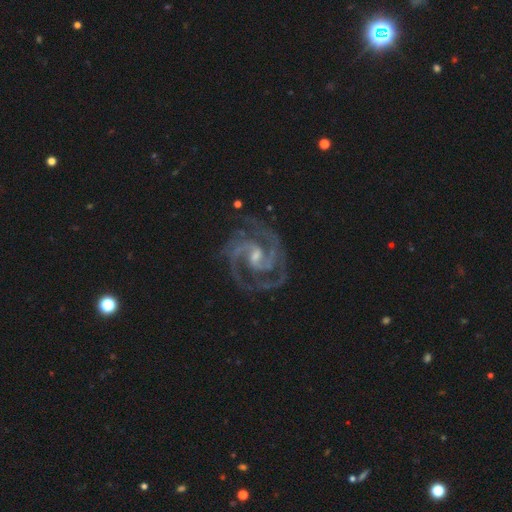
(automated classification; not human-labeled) Morphology: type=featured or disk (93%); edge-on=no (98%); bar=weak (53%); spiral arms=yes (99%); winding=medium (48%); arm count=2 (79%); bulge=small (58%); merging=none (78%).